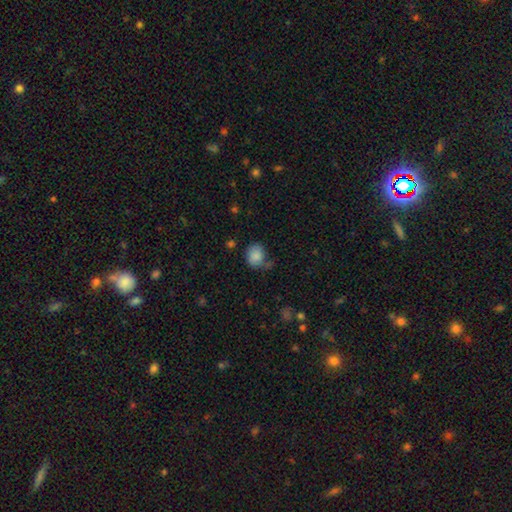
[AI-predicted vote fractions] This appears to be a smooth galaxy with no disk features (85%) that is round (52%). Merging: none (57%).